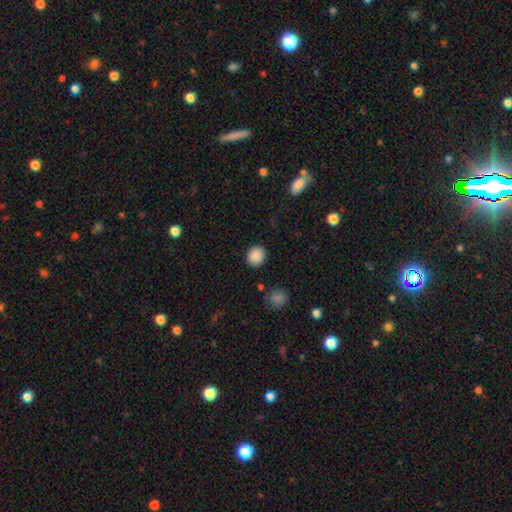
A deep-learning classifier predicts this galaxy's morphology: Smooth or featured: smooth — 88% (star or artifact — 9%)
How rounded: round — 86% (in between — 13%)
Merging: none — 90% (minor disturbance — 6%)